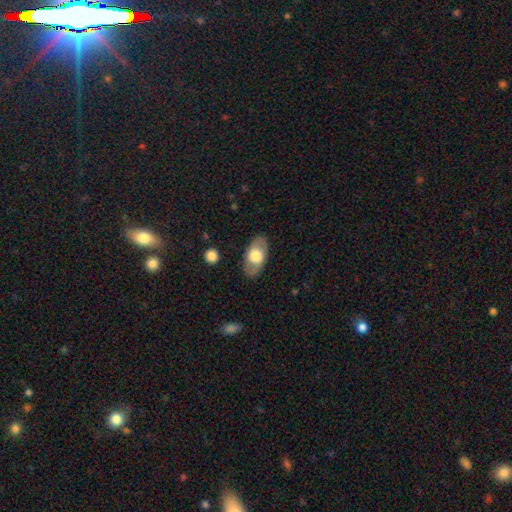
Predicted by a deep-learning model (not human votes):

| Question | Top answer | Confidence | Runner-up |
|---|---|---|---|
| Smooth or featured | smooth | 61% | featured or disk (33%) |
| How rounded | in between | 92% | round (5%) |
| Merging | none | 84% | minor disturbance (11%) |